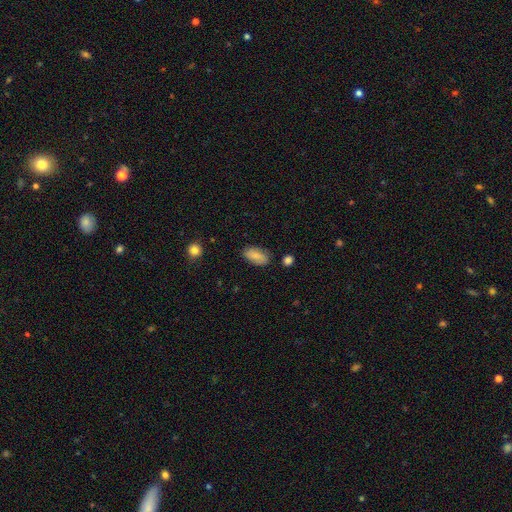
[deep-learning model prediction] Q: Smooth or featured?
A: smooth (81%); runner-up: featured or disk (12%)
Q: How rounded?
A: in between (92%); runner-up: cigar-shaped (5%)
Q: Merging?
A: none (81%); runner-up: minor disturbance (14%)